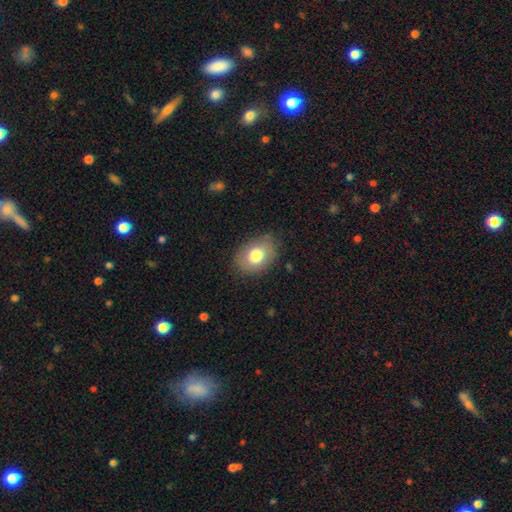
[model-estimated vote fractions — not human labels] smooth 77%, featured or disk 15%, star or artifact 8%. Down the decision tree: how rounded — in between (71%); merging — none (81%).